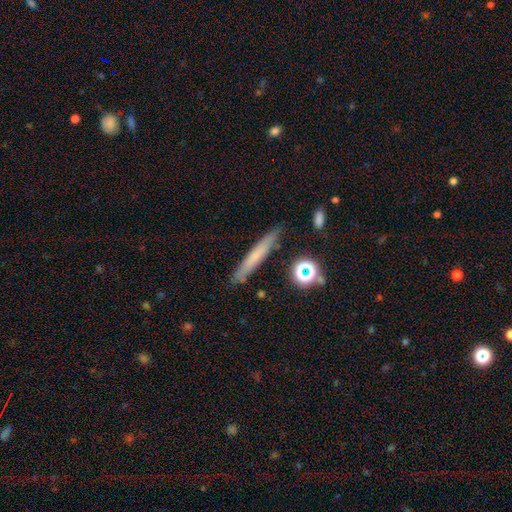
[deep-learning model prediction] Smooth or featured? smooth (59%)
How rounded? cigar-shaped (92%)
Merging? none (84%)